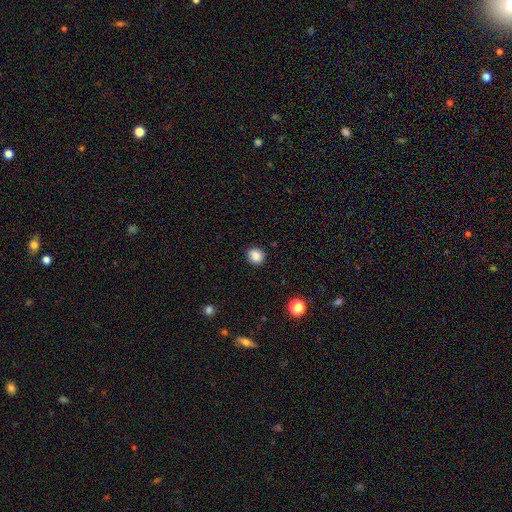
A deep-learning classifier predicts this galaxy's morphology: Smooth or featured: smooth — 85% (star or artifact — 10%)
How rounded: round — 84% (in between — 15%)
Merging: none — 85% (minor disturbance — 11%)